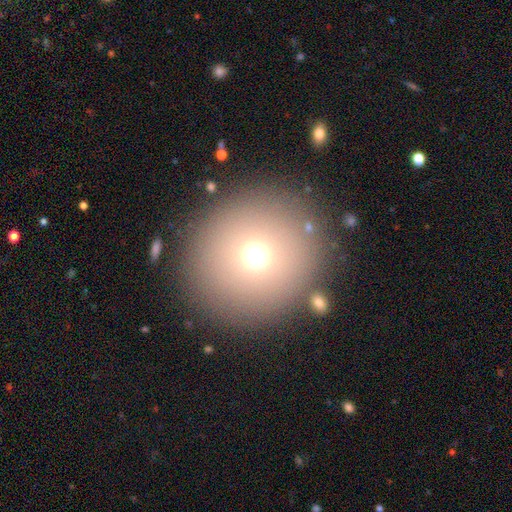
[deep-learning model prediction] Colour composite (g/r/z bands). It shows a smooth galaxy with no disk features (68%) that is round (91%). Merging: none (85%).